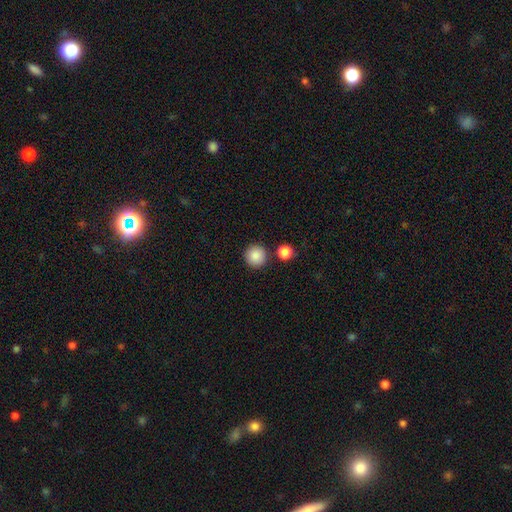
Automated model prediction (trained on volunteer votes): Morphology: type=smooth (87%); roundness=round (95%); merging=none (86%).